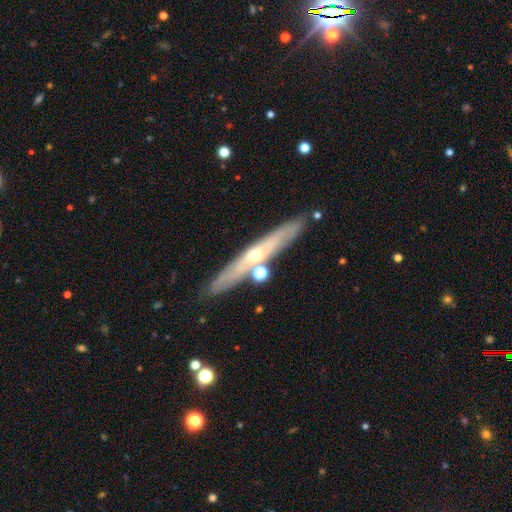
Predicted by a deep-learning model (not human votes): This appears to be a featured or disk galaxy (62%) viewed edge-on (86%) with a rounded central bulge (72%). Merging: none (81%).